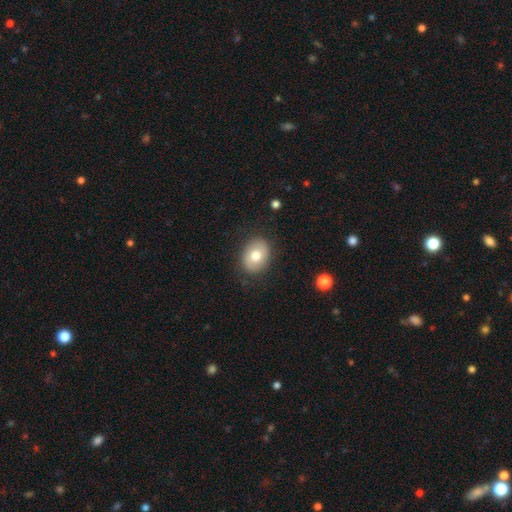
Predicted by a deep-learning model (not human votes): Smooth or featured? Predicted: smooth (p=0.73). How rounded? Predicted: in between (p=0.62). Merging? Predicted: none (p=0.86).